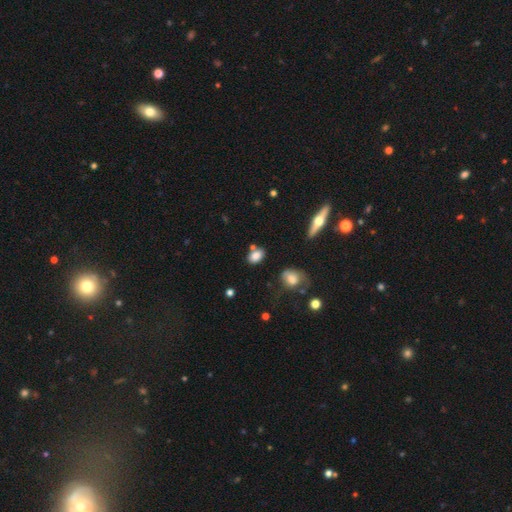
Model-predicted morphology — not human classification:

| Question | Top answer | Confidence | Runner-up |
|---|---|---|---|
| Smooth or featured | smooth | 81% | star or artifact (10%) |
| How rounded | in between | 79% | round (19%) |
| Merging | none | 69% | minor disturbance (16%) |